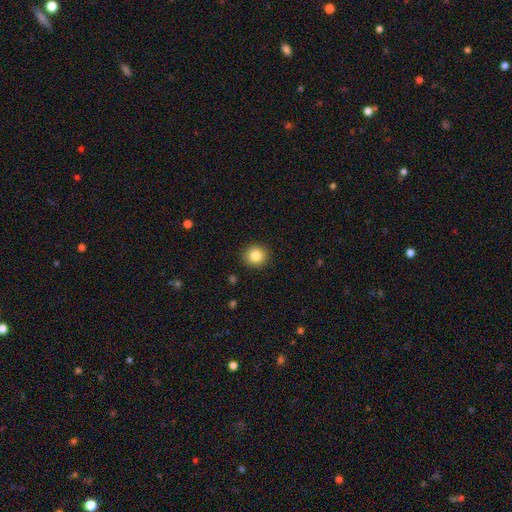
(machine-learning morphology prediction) smooth 84%, star or artifact 10%, featured or disk 6%. Down the decision tree: how rounded — round (91%); merging — none (91%).